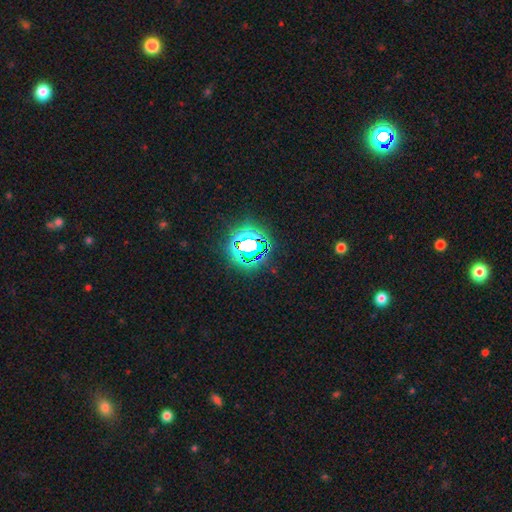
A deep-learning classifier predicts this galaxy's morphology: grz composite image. It shows a star or artifact, not a galaxy (73%).